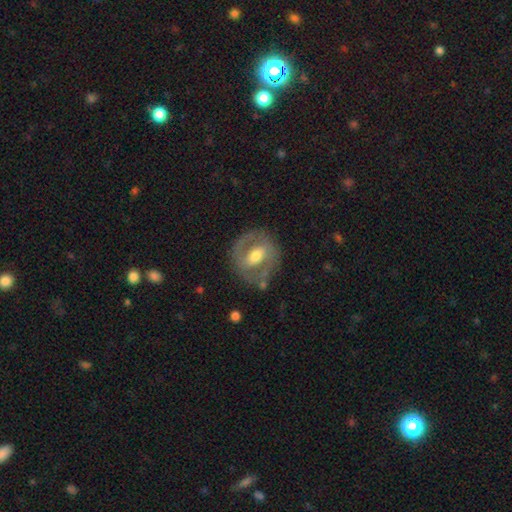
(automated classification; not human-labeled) smooth_or_featured: featured or disk (p=0.71) [alt: smooth p=0.23]
disk_edge_on: no (p=0.95) [alt: yes p=0.05]
bar: weak (p=0.40) [alt: strong p=0.38]
has_spiral_arms: yes (p=0.64) [alt: no p=0.36]
bulge_size: moderate (p=0.70) [alt: small p=0.18]
merging: none (p=0.77) [alt: minor disturbance p=0.14]